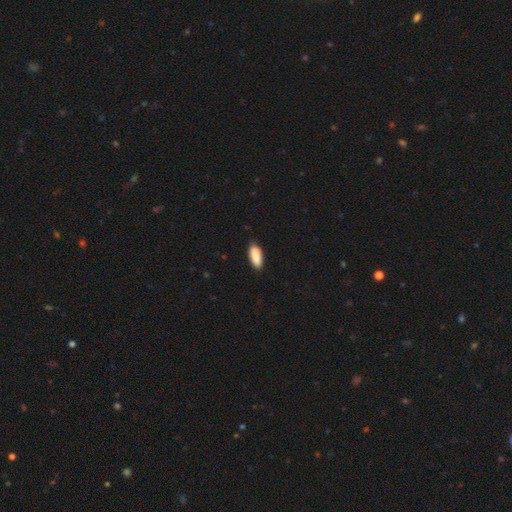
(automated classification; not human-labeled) A smooth galaxy with no disk features (90%) that is in between round and cigar-shaped (80%).

Vote fractions:
- Smooth or featured? smooth: 90% / star or artifact: 6% / featured or disk: 4%
- How rounded? in between: 80% / cigar-shaped: 19% / round: 2%
- Merging? none: 85% / minor disturbance: 12% / major disturbance: 2% / merger: 1%